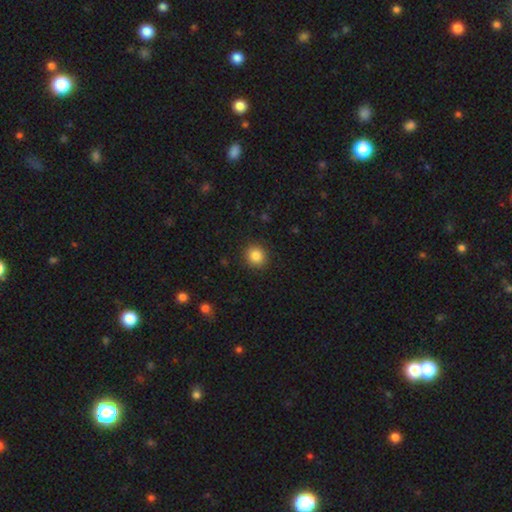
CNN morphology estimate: smooth-or-featured: smooth: 85% | star or artifact: 10% | featured or disk: 5%
  how-rounded: round: 88% | in between: 11% | cigar-shaped: 1%
  merging: none: 91% | minor disturbance: 6% | major disturbance: 2% | merger: 1%